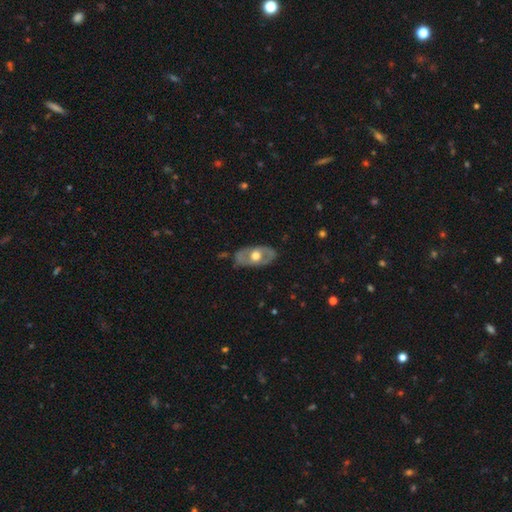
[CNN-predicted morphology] Overall: featured or disk (59%; smooth 36%). Edge-on disk: no (86%). Bar: no (85%). Spiral arms: no (80%). Bulge size: moderate (61%; large 33%). Merging: none (78%).